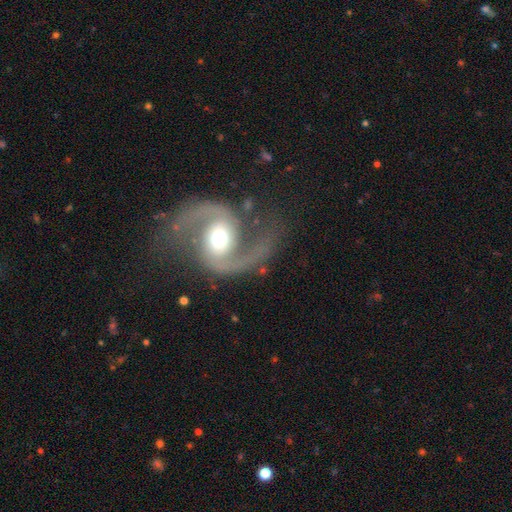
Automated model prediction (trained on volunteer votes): Morphology: type=featured or disk (92%); edge-on=no (98%); bar=no (54%); spiral arms=yes (98%); winding=medium (51%); arm count=2 (94%); bulge=moderate (66%); merging=none (75%).